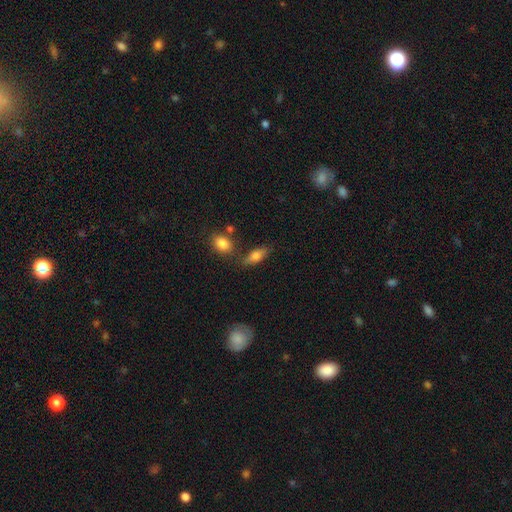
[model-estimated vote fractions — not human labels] Smooth or featured: smooth — 71% (featured or disk — 20%)
How rounded: in between — 73% (cigar-shaped — 22%)
Merging: none — 68% (minor disturbance — 17%)